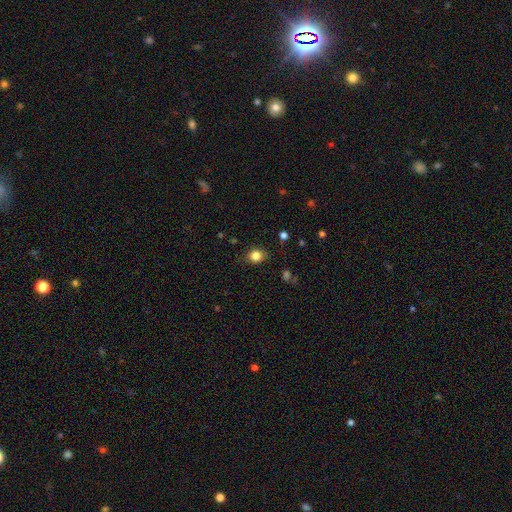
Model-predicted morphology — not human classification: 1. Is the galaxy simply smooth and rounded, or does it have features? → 83% smooth, 11% star or artifact, 6% featured or disk.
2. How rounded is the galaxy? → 63% round, 36% in between, 1% cigar-shaped.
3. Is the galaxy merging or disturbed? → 83% none, 13% minor disturbance, 3% major disturbance, 1% merger.